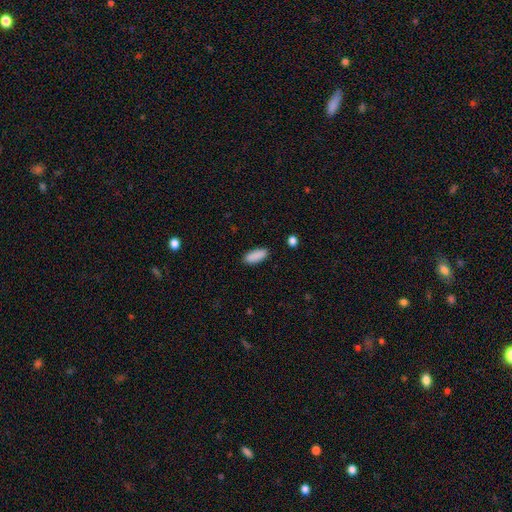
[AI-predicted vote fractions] This is clearly a smooth galaxy (89%). How rounded: likely in between (80%). Merging: clearly none (88%).